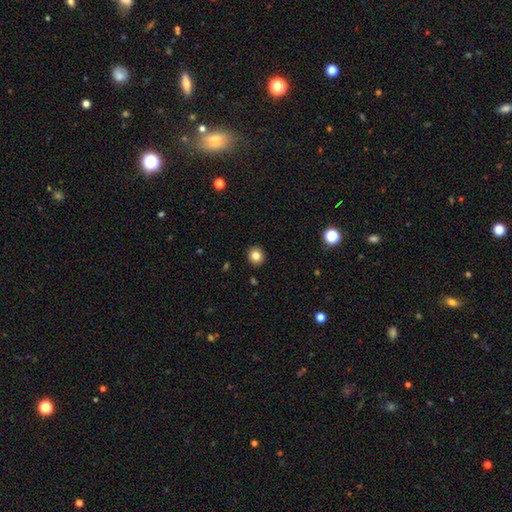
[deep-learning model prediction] The model was most divided on "how rounded": round: 83%, in between: 16%, cigar-shaped: 1%. More confident: merging — none (92%); smooth or featured — smooth (82%).